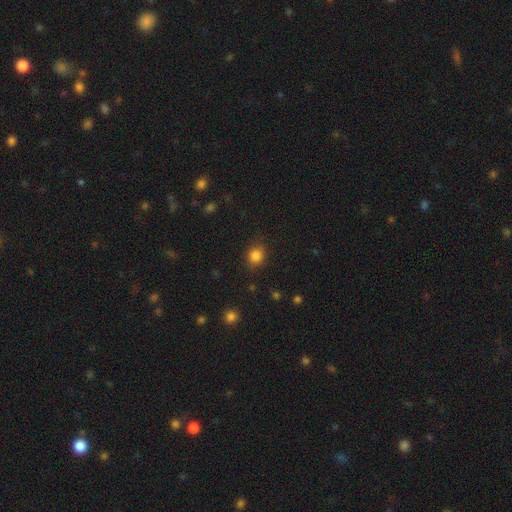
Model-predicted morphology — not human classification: Smooth or featured? smooth (84%)
How rounded? round (71%)
Merging? none (83%)